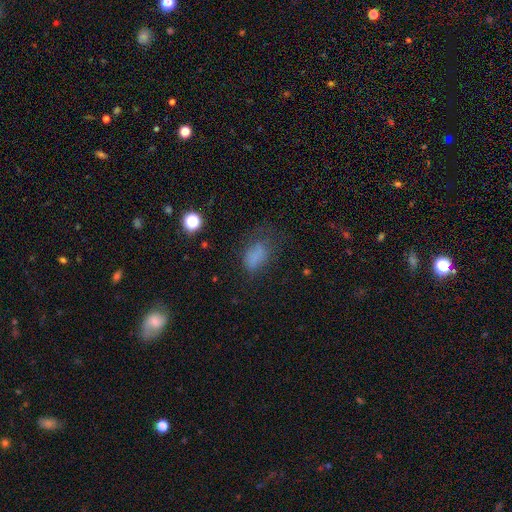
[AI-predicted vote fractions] Overall: smooth (70%). How rounded: in between (83%). Merging: none (46%; minor disturbance 26%).